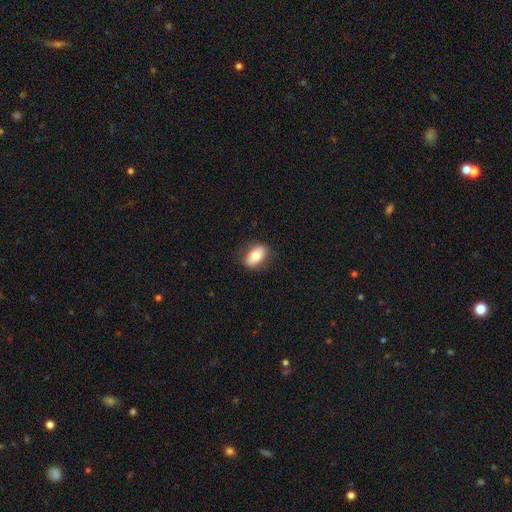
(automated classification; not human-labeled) Smooth or featured? Predicted: smooth (p=0.73). How rounded? Predicted: in between (p=0.87). Merging? Predicted: none (p=0.83).